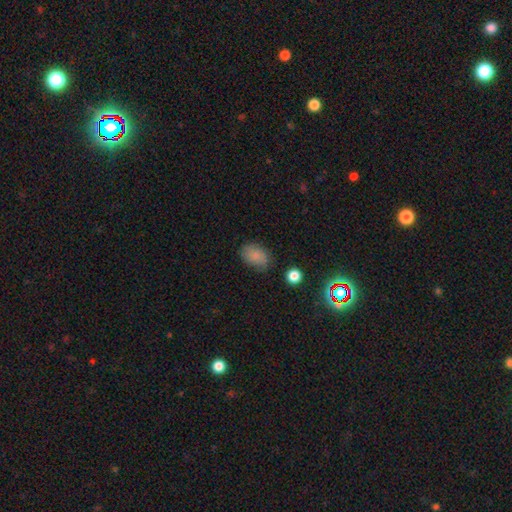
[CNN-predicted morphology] smooth_or_featured: smooth (p=0.82) [alt: star or artifact p=0.10]
how_rounded: in between (p=0.79) [alt: round p=0.20]
merging: none (p=0.74) [alt: minor disturbance p=0.19]